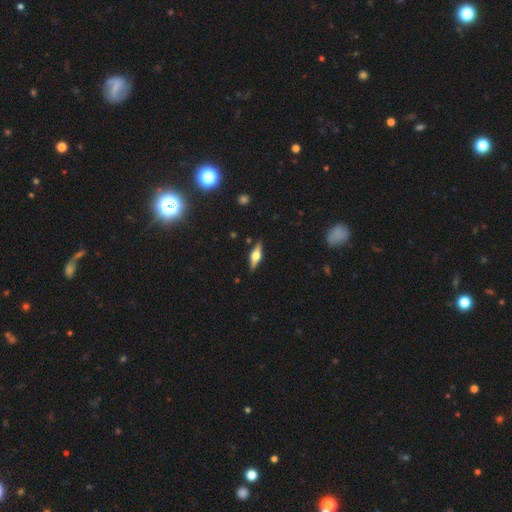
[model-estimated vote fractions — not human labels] Smooth or featured: featured or disk — 65% (smooth — 28%)
Edge-on disk: yes — 95% (no — 5%)
Edge-on bulge: rounded — 93% (boxy — 6%)
Merging: none — 88% (minor disturbance — 8%)